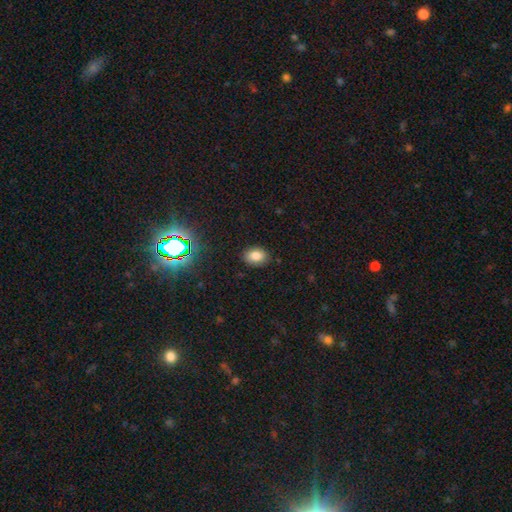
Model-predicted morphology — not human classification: smooth-or-featured: smooth: 81% | star or artifact: 12% | featured or disk: 7%
  how-rounded: in between: 71% | round: 28% | cigar-shaped: 1%
  merging: none: 86% | minor disturbance: 11% | major disturbance: 2% | merger: 1%